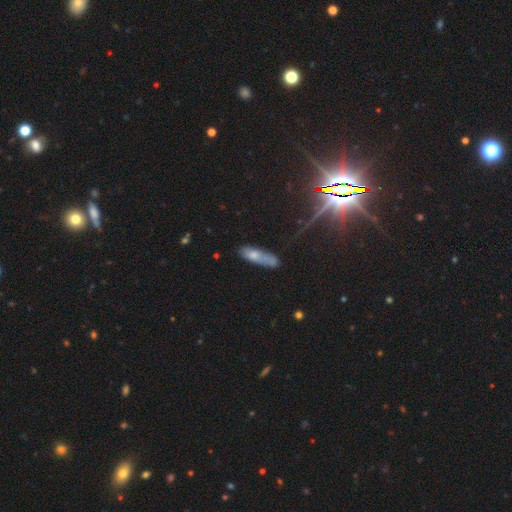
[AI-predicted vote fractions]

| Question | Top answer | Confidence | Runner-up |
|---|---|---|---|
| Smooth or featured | smooth | 63% | featured or disk (25%) |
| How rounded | cigar-shaped | 62% | in between (35%) |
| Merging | none | 46% | minor disturbance (31%) |